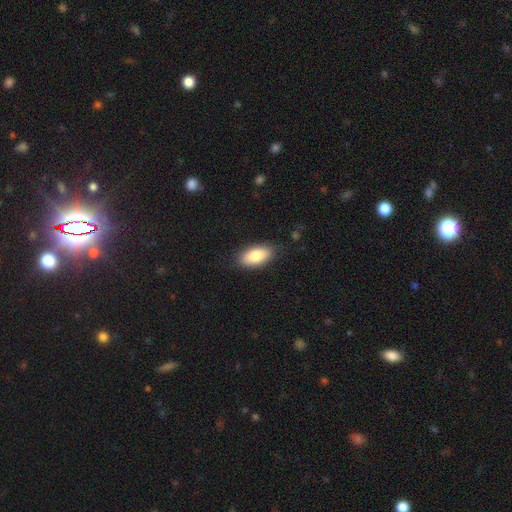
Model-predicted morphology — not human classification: The model was most divided on "smooth or featured": smooth: 83%, featured or disk: 11%, star or artifact: 6%. More confident: how rounded — in between (92%); merging — none (84%).